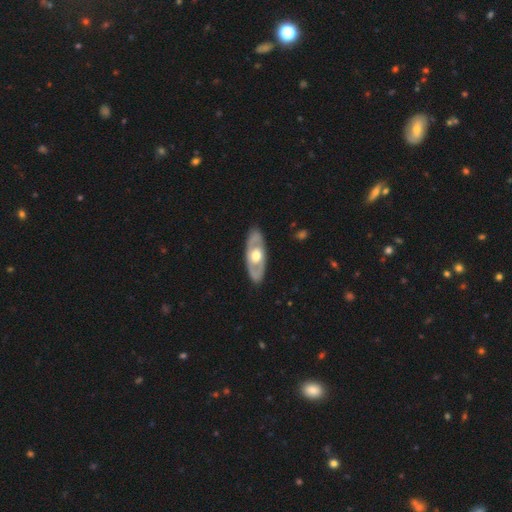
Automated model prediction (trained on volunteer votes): This is likely a featured or disk galaxy (64%). It is likely not viewed edge-on (77%). Merging: clearly none (86%).